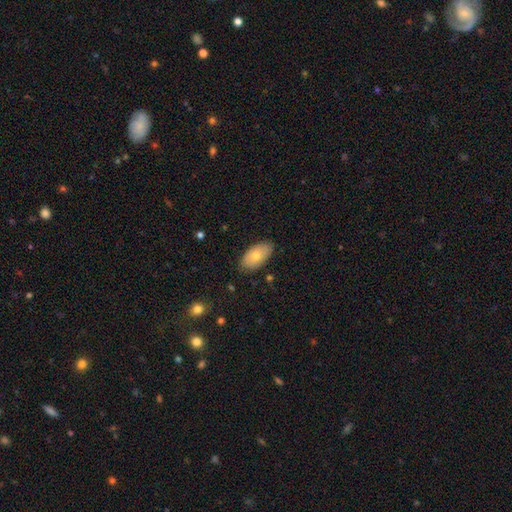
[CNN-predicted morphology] smooth 74%, featured or disk 19%, star or artifact 6%. Down the decision tree: how rounded — in between (94%); merging — none (83%).